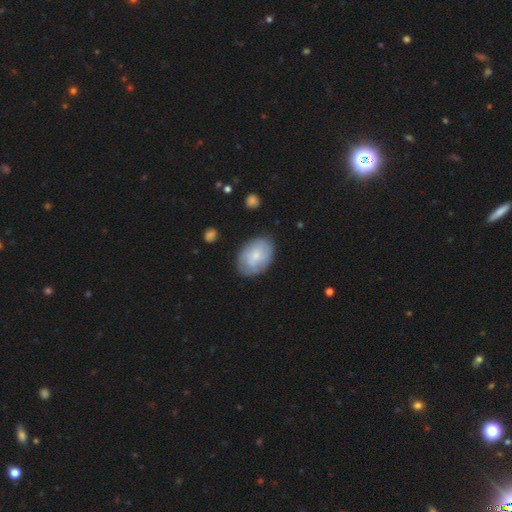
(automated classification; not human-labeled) Smooth or featured?
  - smooth: 61% *
  - featured or disk: 33%
  - star or artifact: 6%
How rounded?
  - in between: 80% *
  - round: 19%
  - cigar-shaped: 1%
Merging?
  - none: 74% *
  - minor disturbance: 19%
  - major disturbance: 5%
  - merger: 2%